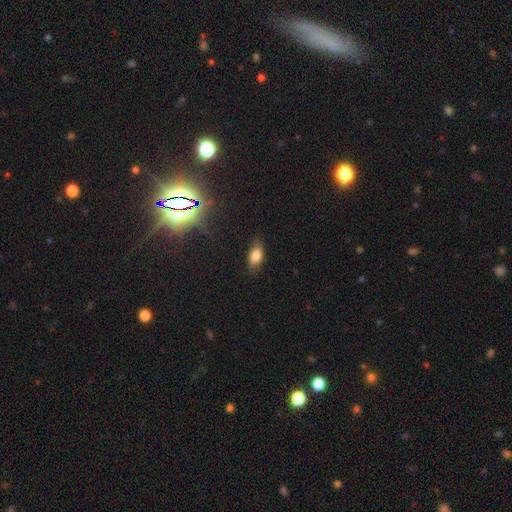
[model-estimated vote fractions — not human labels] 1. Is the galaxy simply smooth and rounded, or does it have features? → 79% smooth, 11% star or artifact, 10% featured or disk.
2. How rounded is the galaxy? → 87% in between, 7% round, 6% cigar-shaped.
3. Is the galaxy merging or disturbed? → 81% none, 15% minor disturbance, 3% major disturbance, 1% merger.